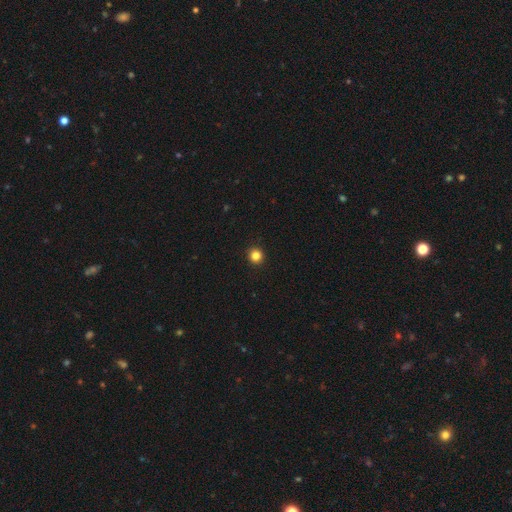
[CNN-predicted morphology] Smooth or featured?
  - smooth: 84% *
  - star or artifact: 12%
  - featured or disk: 4%
How rounded?
  - round: 94% *
  - in between: 5%
  - cigar-shaped: 1%
Merging?
  - none: 94% *
  - minor disturbance: 4%
  - major disturbance: 1%
  - merger: 1%